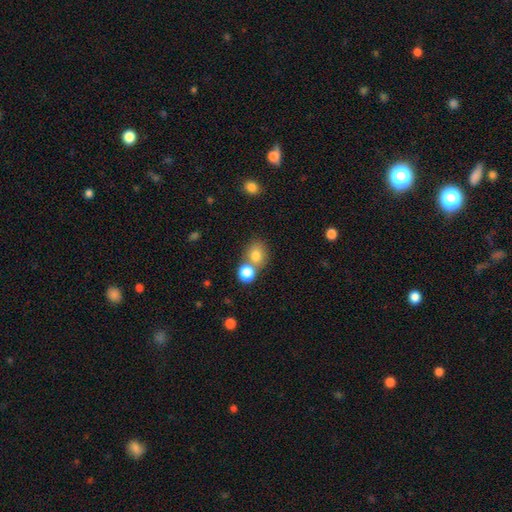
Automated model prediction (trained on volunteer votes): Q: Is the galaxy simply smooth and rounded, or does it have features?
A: smooth — 80%.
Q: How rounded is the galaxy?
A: round — 68%.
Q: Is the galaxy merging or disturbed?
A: none — 52%.